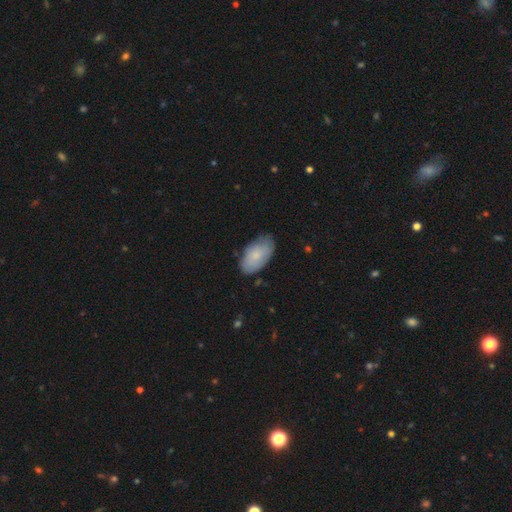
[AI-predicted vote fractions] Morphology: type=smooth (74%); roundness=in between (95%); merging=none (73%).